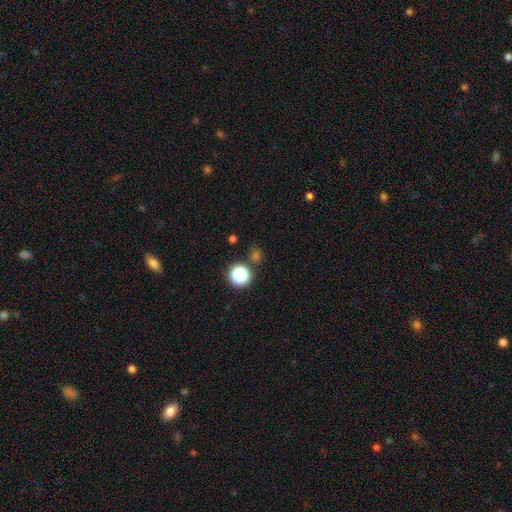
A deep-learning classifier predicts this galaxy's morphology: The model was most divided on "smooth or featured": smooth: 51%, star or artifact: 43%, featured or disk: 6%. More confident: how rounded — round (84%); merging — none (79%).